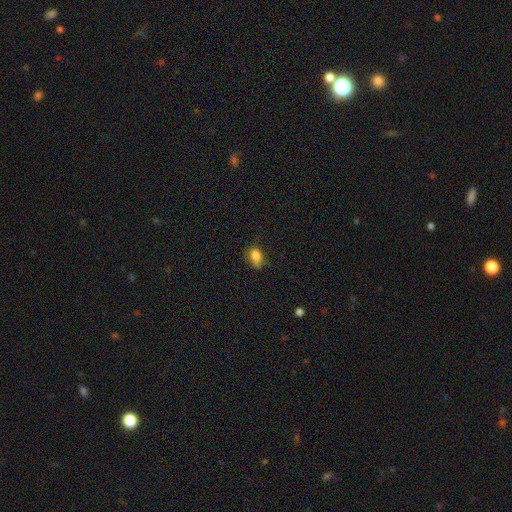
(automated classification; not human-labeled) The model was most divided on "merging": none: 61%, minor disturbance: 29%, major disturbance: 8%, merger: 2%. More confident: smooth or featured — smooth (83%); how rounded — in between (82%).